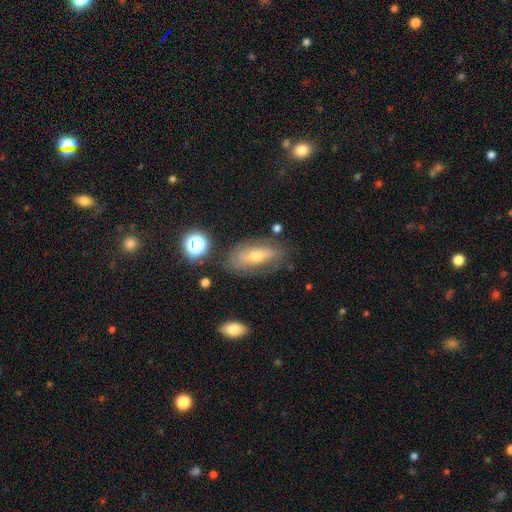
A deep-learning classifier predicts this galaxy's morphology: Q: Smooth or featured?
A: featured or disk (46%); runner-up: smooth (42%)
Q: Merging?
A: none (66%); runner-up: minor disturbance (21%)